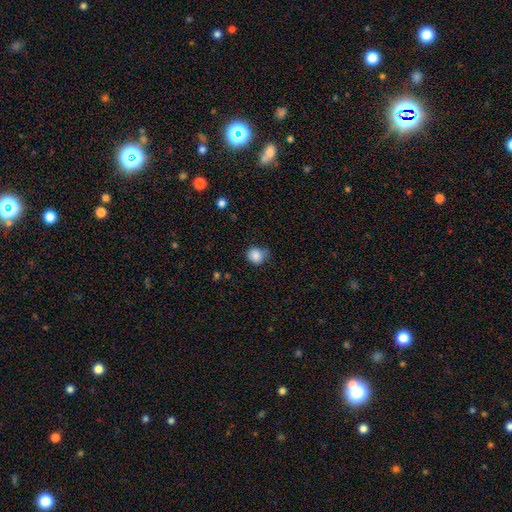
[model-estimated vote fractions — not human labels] The model was most divided on "merging": none: 62%, minor disturbance: 30%, major disturbance: 6%, merger: 3%. More confident: smooth or featured — smooth (85%); how rounded — round (77%).